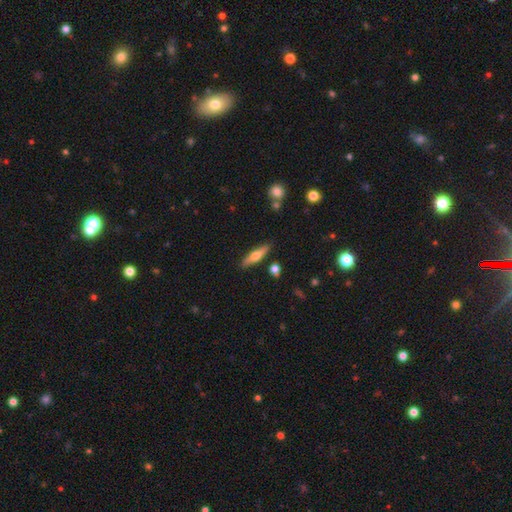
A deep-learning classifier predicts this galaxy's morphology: Smooth or featured? Predicted: smooth (p=0.49). Merging? Predicted: none (p=0.85).